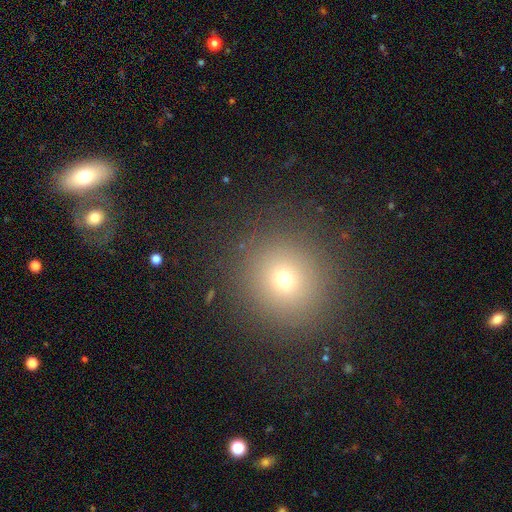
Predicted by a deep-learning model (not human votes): Smooth or featured? smooth (67%)
How rounded? round (91%)
Merging? none (89%)